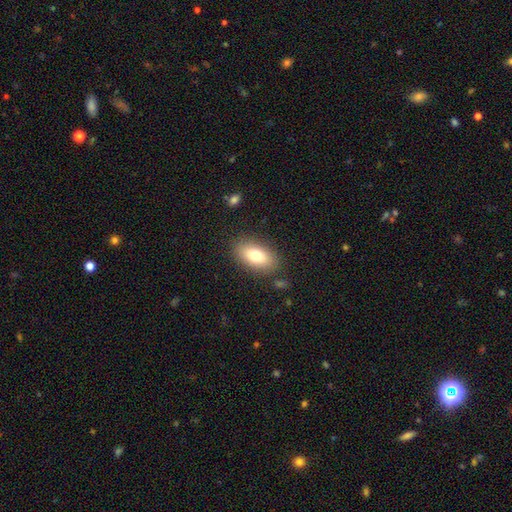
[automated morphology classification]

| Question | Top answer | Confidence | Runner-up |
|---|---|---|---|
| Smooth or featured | smooth | 76% | featured or disk (16%) |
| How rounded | in between | 89% | round (5%) |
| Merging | none | 84% | minor disturbance (10%) |